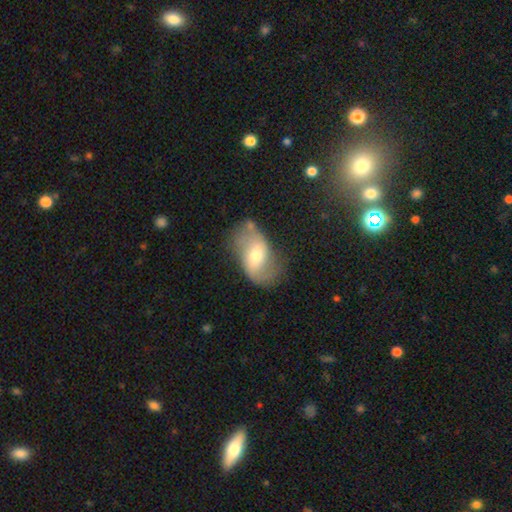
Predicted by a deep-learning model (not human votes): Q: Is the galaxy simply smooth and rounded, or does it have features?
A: featured or disk — 62%.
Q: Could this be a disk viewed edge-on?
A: no — 95%.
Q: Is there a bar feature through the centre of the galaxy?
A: weak — 44%.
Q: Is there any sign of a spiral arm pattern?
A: yes — 81%.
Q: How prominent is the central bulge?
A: moderate — 60%.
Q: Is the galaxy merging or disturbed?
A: none — 59%.